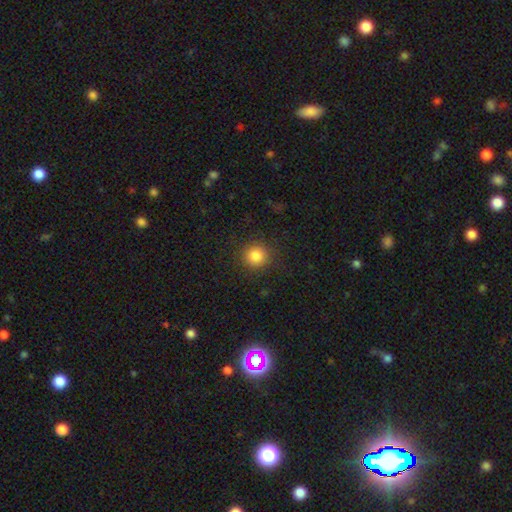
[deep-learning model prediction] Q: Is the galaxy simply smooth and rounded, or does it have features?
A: smooth — 84%.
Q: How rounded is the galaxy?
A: round — 94%.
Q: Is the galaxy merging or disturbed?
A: none — 89%.